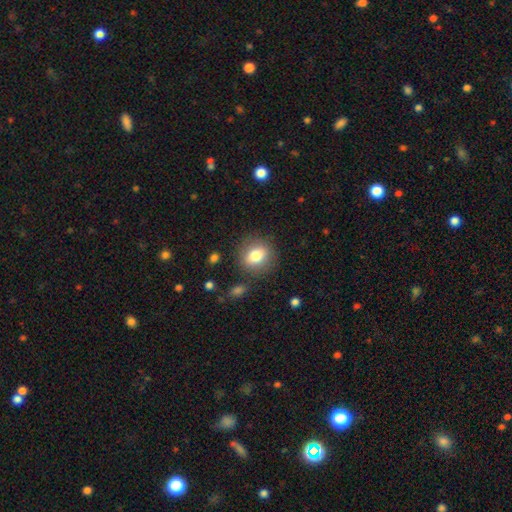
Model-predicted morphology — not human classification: smooth 78%, featured or disk 12%, star or artifact 9%. Down the decision tree: how rounded — round (69%); merging — none (83%).